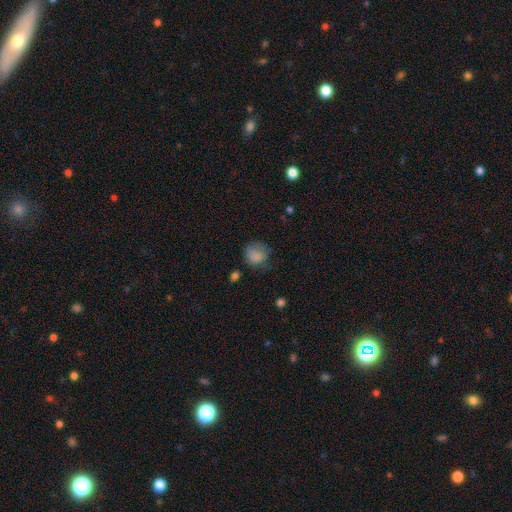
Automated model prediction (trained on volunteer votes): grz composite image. It shows a smooth galaxy with no disk features (81%) that is round (74%). Merging: none (51%).